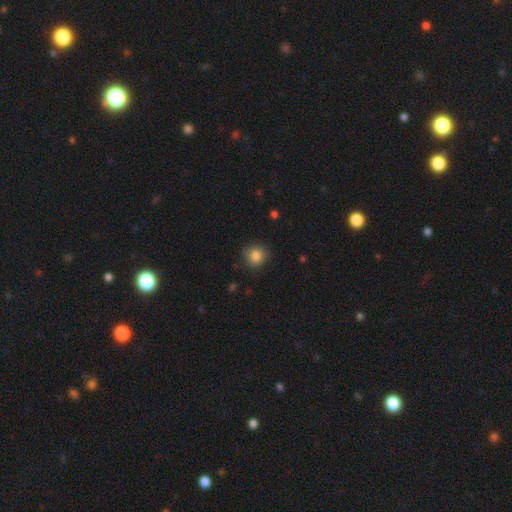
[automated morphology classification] smooth_or_featured: smooth (p=0.83) [alt: star or artifact p=0.11]
how_rounded: round (p=0.91) [alt: in between p=0.08]
merging: none (p=0.88) [alt: minor disturbance p=0.09]